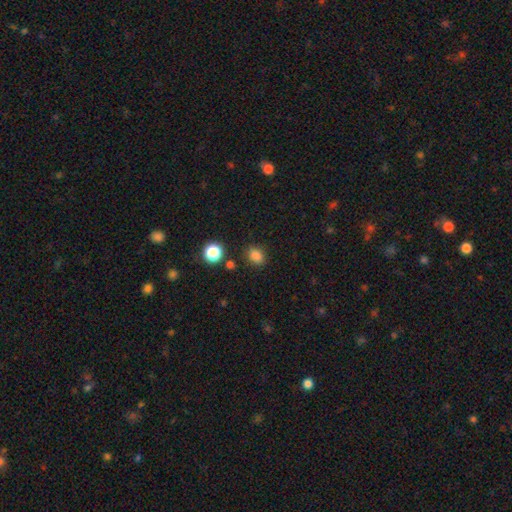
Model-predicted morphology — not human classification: Q: Smooth or featured?
A: smooth (83%); runner-up: star or artifact (13%)
Q: How rounded?
A: in between (56%); runner-up: round (42%)
Q: Merging?
A: none (84%); runner-up: minor disturbance (10%)